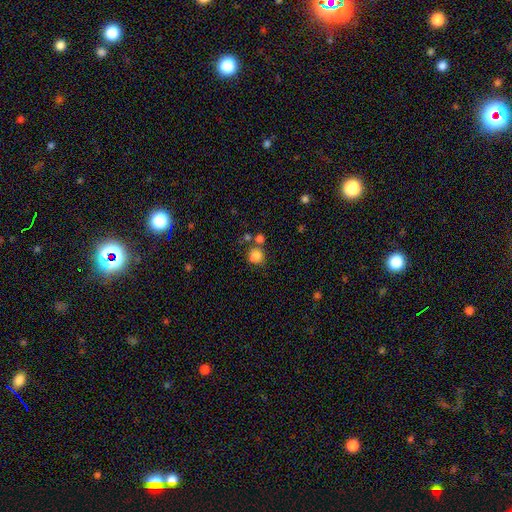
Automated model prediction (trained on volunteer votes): Smooth or featured? Predicted: smooth (p=0.81). How rounded? Predicted: round (p=0.79). Merging? Predicted: none (p=0.57).